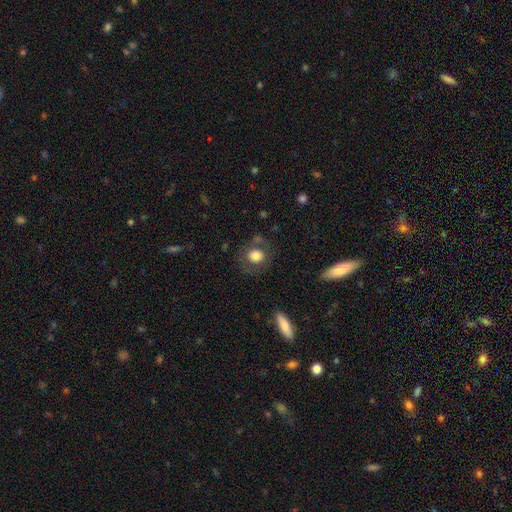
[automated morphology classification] Smooth or featured: smooth — 71% (featured or disk — 20%)
How rounded: round — 77% (in between — 22%)
Merging: none — 72% (minor disturbance — 14%)